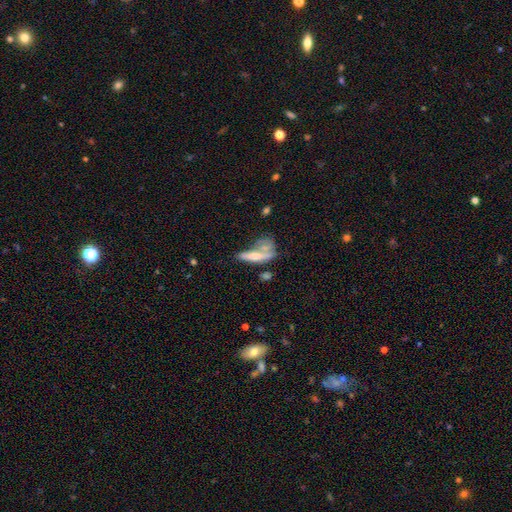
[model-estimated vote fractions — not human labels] smooth_or_featured: smooth (p=0.55) [alt: featured or disk p=0.36]
how_rounded: cigar-shaped (p=0.70) [alt: in between p=0.25]
merging: none (p=0.36) [alt: merger p=0.33]